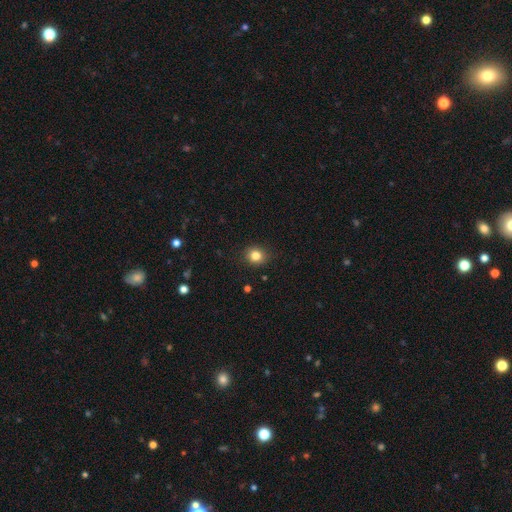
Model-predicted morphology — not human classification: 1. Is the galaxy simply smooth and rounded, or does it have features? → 82% smooth, 12% star or artifact, 6% featured or disk.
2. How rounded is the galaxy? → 79% round, 20% in between, 1% cigar-shaped.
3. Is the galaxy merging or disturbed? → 88% none, 9% minor disturbance, 2% major disturbance, 1% merger.